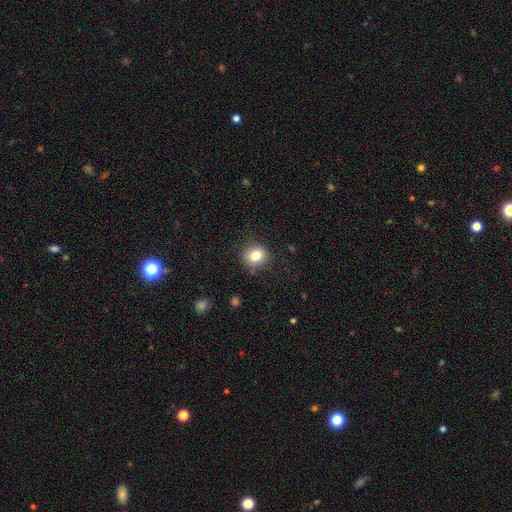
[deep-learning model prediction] Q: Smooth or featured?
A: smooth (80%); runner-up: star or artifact (11%)
Q: How rounded?
A: round (84%); runner-up: in between (16%)
Q: Merging?
A: none (86%); runner-up: minor disturbance (10%)